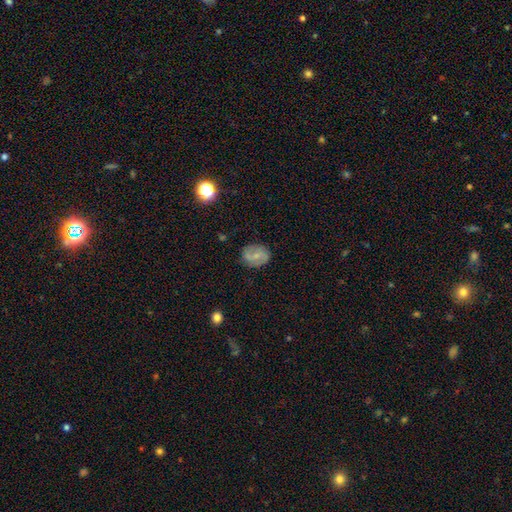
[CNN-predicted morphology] smooth-or-featured: smooth: 49% | featured or disk: 43% | star or artifact: 9%
  merging: none: 79% | minor disturbance: 15% | major disturbance: 4% | merger: 2%